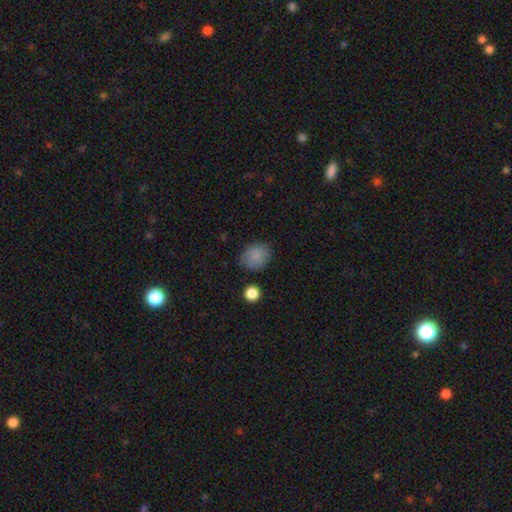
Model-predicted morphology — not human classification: Smooth or featured? Predicted: smooth (p=0.82). How rounded? Predicted: round (p=0.55). Merging? Predicted: none (p=0.73).